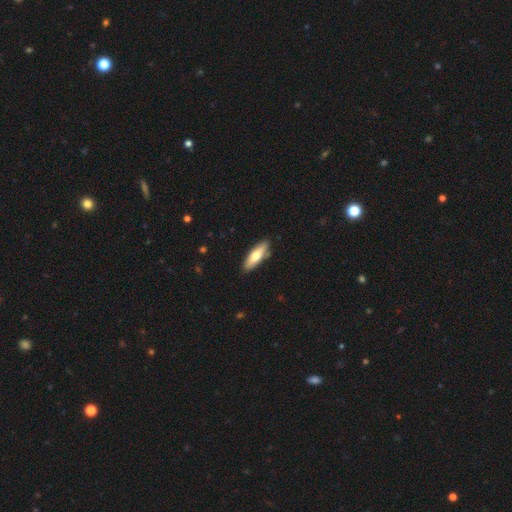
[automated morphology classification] smooth-or-featured: smooth: 66% | featured or disk: 28% | star or artifact: 5%
  how-rounded: in between: 50% | cigar-shaped: 48% | round: 2%
  merging: none: 86% | minor disturbance: 11% | major disturbance: 2% | merger: 2%